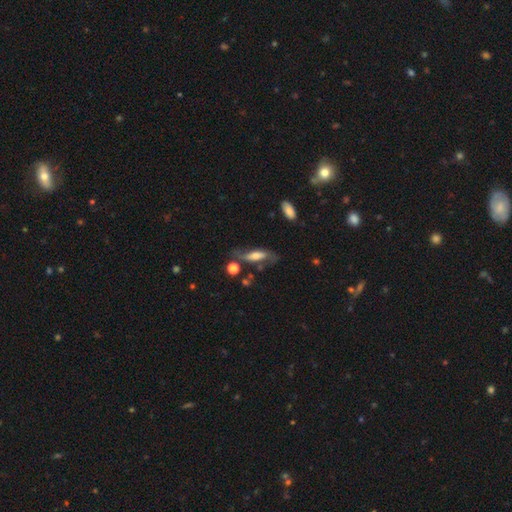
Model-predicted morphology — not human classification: Overall: featured or disk (49%; smooth 43%). Merging: none (54%; minor disturbance 24%).